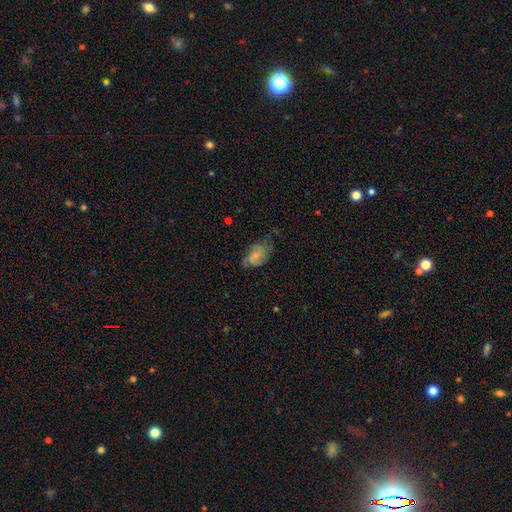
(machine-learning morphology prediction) The model was most divided on "merging": none: 39%, minor disturbance: 35%, major disturbance: 23%, merger: 3%. More confident: how rounded — in between (89%); smooth or featured — smooth (52%).